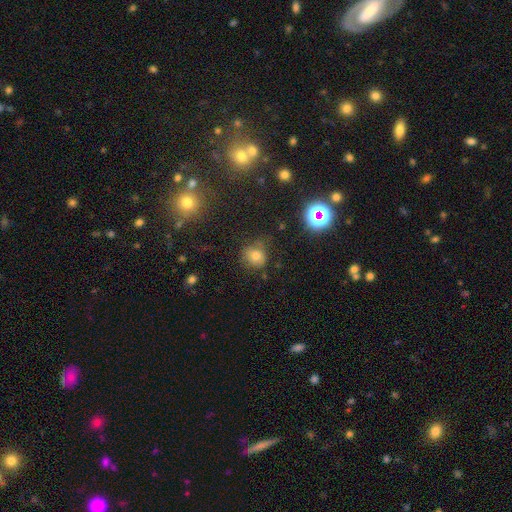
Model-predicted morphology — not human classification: Overall: smooth (70%). How rounded: round (77%). Merging: none (68%).